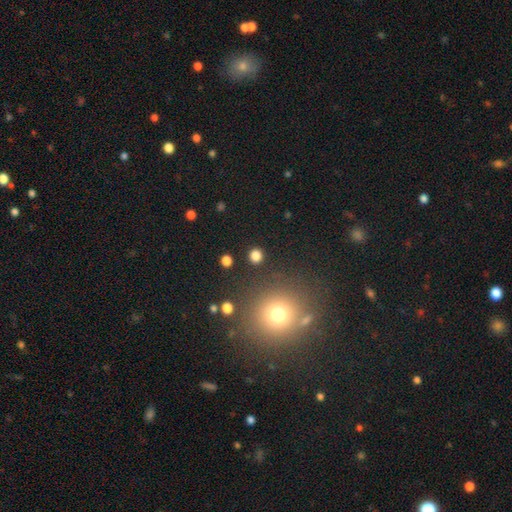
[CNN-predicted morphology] Q: Smooth or featured?
A: smooth (81%); runner-up: star or artifact (16%)
Q: How rounded?
A: round (90%); runner-up: in between (9%)
Q: Merging?
A: none (90%); runner-up: minor disturbance (5%)